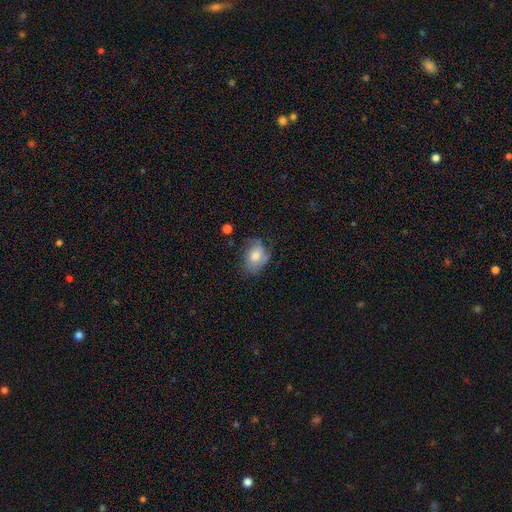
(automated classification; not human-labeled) This appears to be a smooth galaxy with no disk features (52%) that is in between round and cigar-shaped (73%). Merging: none (56%).